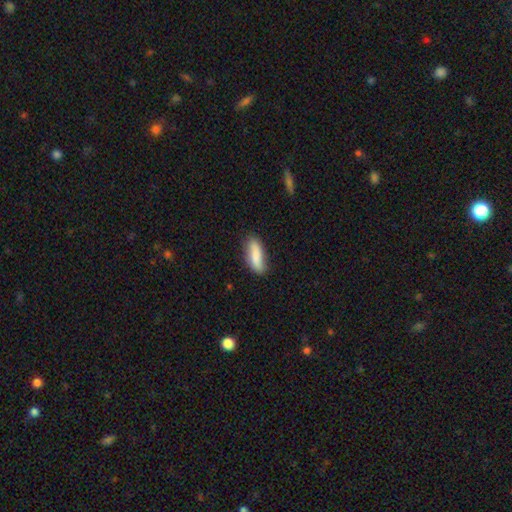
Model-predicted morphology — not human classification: smooth_or_featured: smooth (p=0.81) [alt: featured or disk p=0.13]
how_rounded: in between (p=0.58) [alt: cigar-shaped p=0.40]
merging: none (p=0.76) [alt: minor disturbance p=0.19]